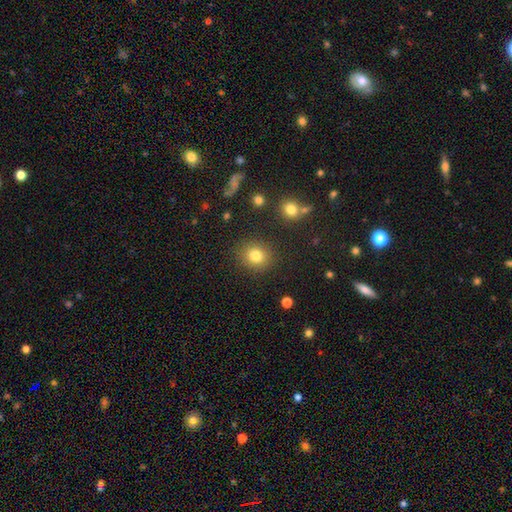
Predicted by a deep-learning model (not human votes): smooth_or_featured: smooth (p=0.81) [alt: star or artifact p=0.12]
how_rounded: round (p=0.81) [alt: in between p=0.18]
merging: none (p=0.87) [alt: minor disturbance p=0.07]